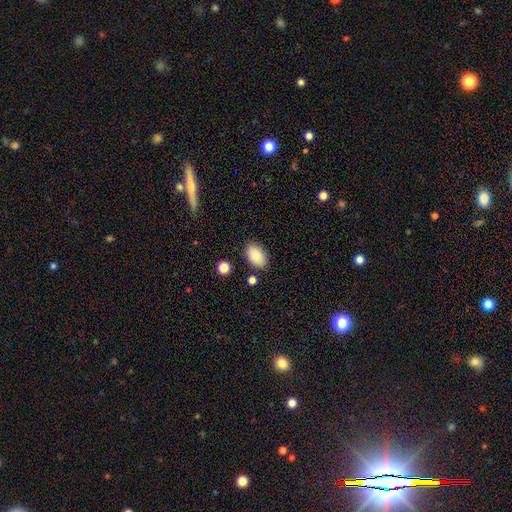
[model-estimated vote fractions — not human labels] Smooth or featured: smooth — 86% (star or artifact — 7%)
How rounded: in between — 91% (round — 7%)
Merging: none — 85% (minor disturbance — 10%)